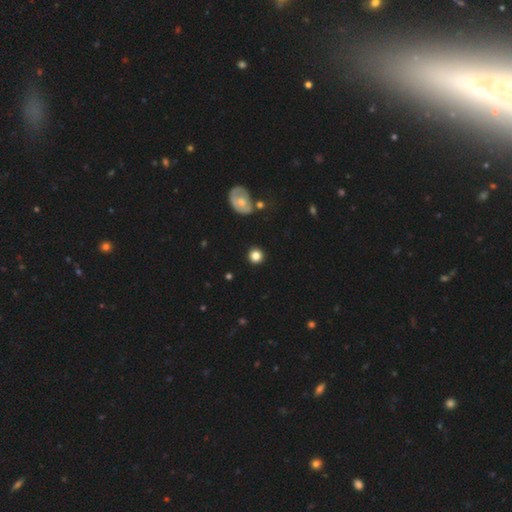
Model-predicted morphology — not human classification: Overall: smooth (83%). How rounded: round (92%). Merging: none (90%).